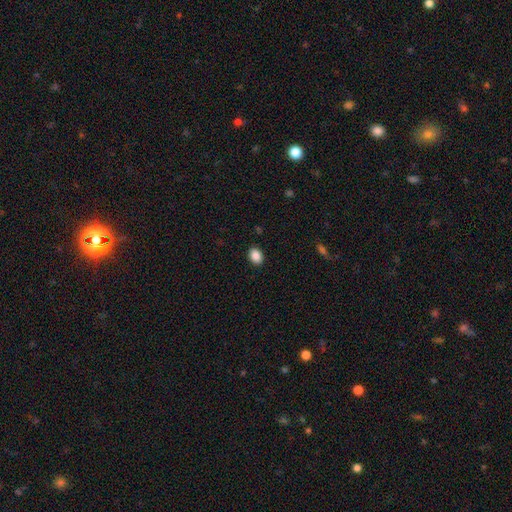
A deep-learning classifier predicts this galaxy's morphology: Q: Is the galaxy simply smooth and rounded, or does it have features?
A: smooth — 89%.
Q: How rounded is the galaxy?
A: in between — 71%.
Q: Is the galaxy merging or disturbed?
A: none — 90%.